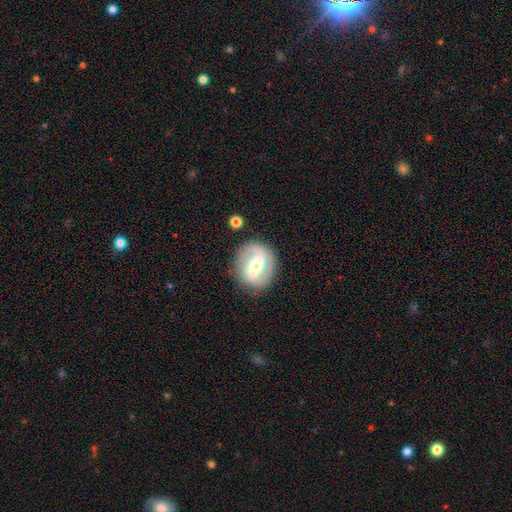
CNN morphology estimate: smooth_or_featured: featured or disk (p=0.76) [alt: smooth p=0.18]
disk_edge_on: no (p=0.97) [alt: yes p=0.03]
bar: strong (p=0.45) [alt: weak p=0.37]
has_spiral_arms: yes (p=0.88) [alt: no p=0.12]
spiral_winding: medium (p=0.44) [alt: loose p=0.30]
spiral_arm_count: 2 (p=0.85) [alt: can't tell p=0.06]
bulge_size: moderate (p=0.49) [alt: small p=0.41]
merging: none (p=0.80) [alt: minor disturbance p=0.12]